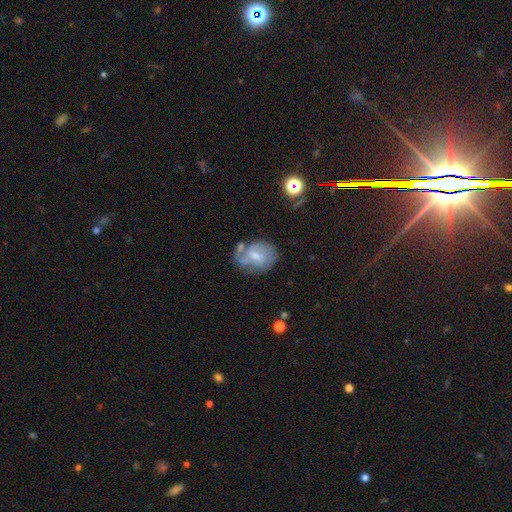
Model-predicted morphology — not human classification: Overall: featured or disk (51%; smooth 41%). Edge-on disk: no (96%). Merging: none (46%; minor disturbance 27%).